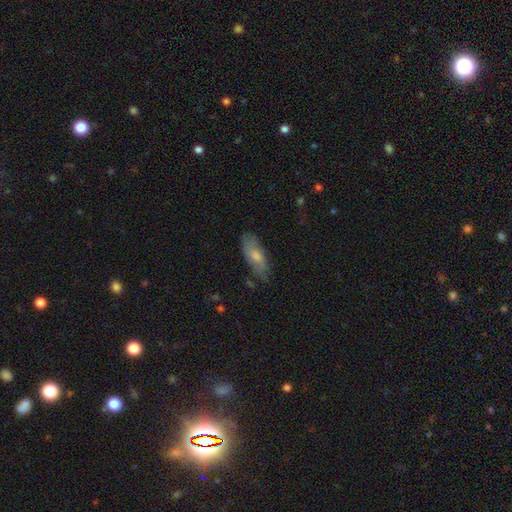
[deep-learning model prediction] smooth-or-featured: smooth: 60% | featured or disk: 33% | star or artifact: 8%
  how-rounded: in between: 69% | cigar-shaped: 29% | round: 2%
  merging: none: 76% | minor disturbance: 18% | major disturbance: 4% | merger: 2%